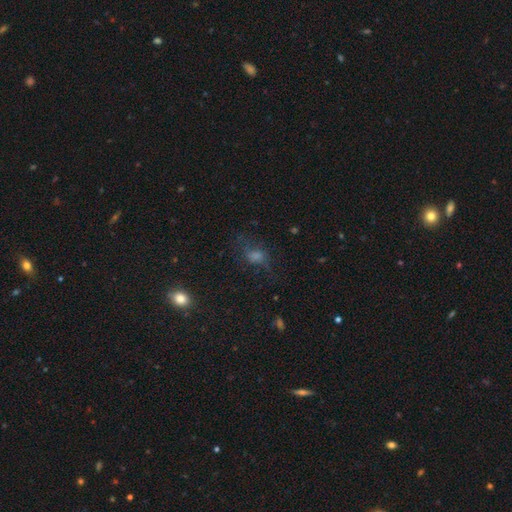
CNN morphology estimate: This is marginally a smooth galaxy (44%). Merging: possibly none (54%).